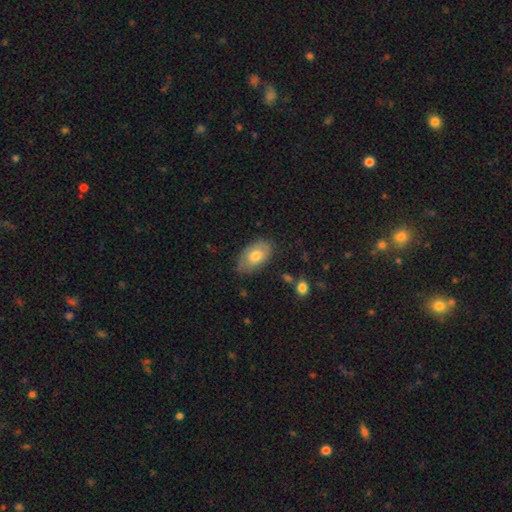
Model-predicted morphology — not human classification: This is likely a smooth galaxy (66%). How rounded: clearly in between (92%). Merging: likely none (72%).